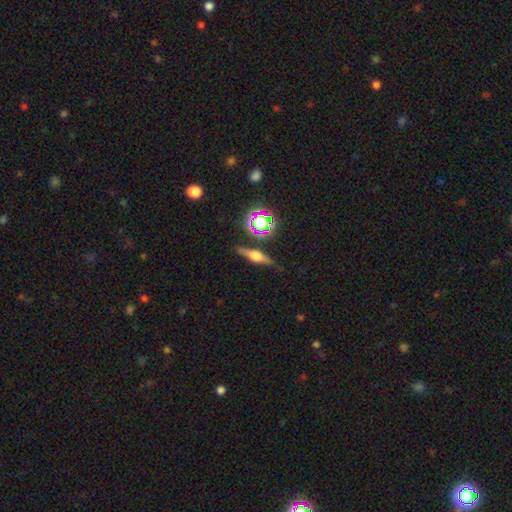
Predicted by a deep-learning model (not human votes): smooth-or-featured: featured or disk: 58% | smooth: 30% | star or artifact: 13%
  disk-edge-on: yes: 93% | no: 7%
    edge-on-bulge: rounded: 88% | boxy: 9% | none: 3%
  merging: none: 81% | minor disturbance: 13% | major disturbance: 3% | merger: 3%